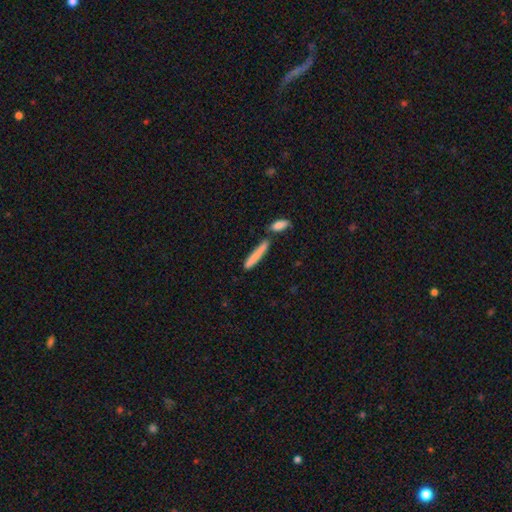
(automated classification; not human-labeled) This is likely a smooth galaxy (77%). How rounded: clearly cigar-shaped (91%). Merging: likely none (69%).